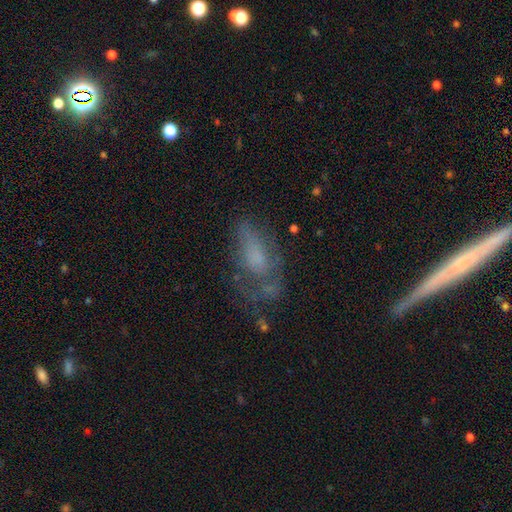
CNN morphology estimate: Smooth or featured: featured or disk — 44% (smooth — 43%)
Merging: none — 40% (major disturbance — 31%)